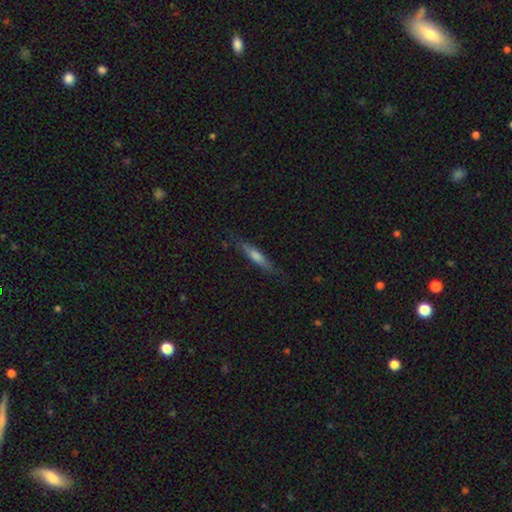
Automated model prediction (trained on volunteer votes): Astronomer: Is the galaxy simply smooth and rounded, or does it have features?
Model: smooth — 51% (runner-up: featured or disk, 42%).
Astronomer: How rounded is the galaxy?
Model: cigar-shaped — 89%.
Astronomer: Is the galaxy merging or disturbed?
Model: none — 83%.